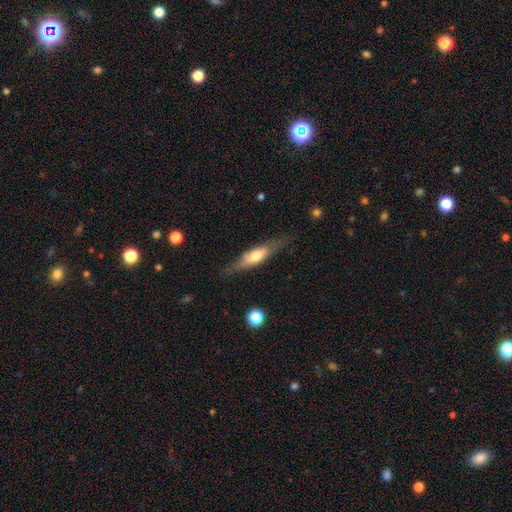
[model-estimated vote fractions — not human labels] smooth_or_featured: featured or disk (p=0.50) [alt: smooth p=0.44]
disk_edge_on: yes (p=0.80) [alt: no p=0.20]
merging: none (p=0.75) [alt: minor disturbance p=0.17]